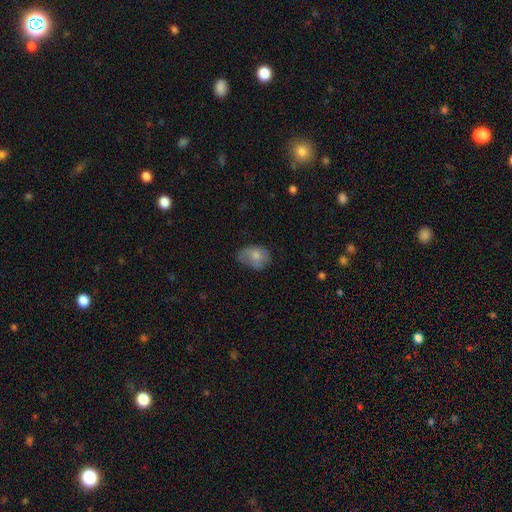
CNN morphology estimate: Smooth or featured? smooth (73%)
How rounded? in between (73%)
Merging? none (41%)